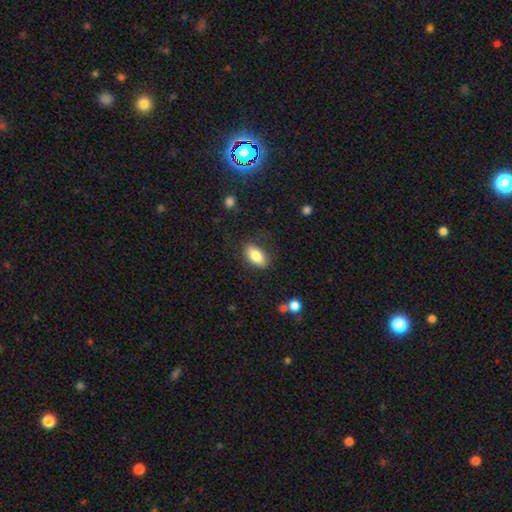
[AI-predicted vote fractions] Smooth or featured? Predicted: smooth (p=0.82). How rounded? Predicted: in between (p=0.89). Merging? Predicted: none (p=0.80).